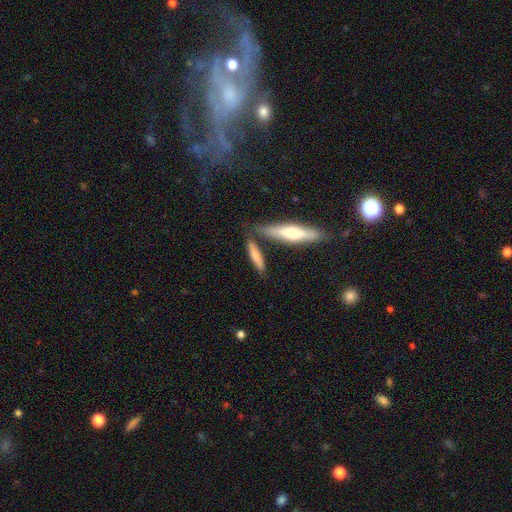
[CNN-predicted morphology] smooth-or-featured: smooth: 71% | featured or disk: 23% | star or artifact: 6%
  how-rounded: cigar-shaped: 79% | in between: 19% | round: 3%
  merging: none: 69% | merger: 15% | minor disturbance: 13% | major disturbance: 3%